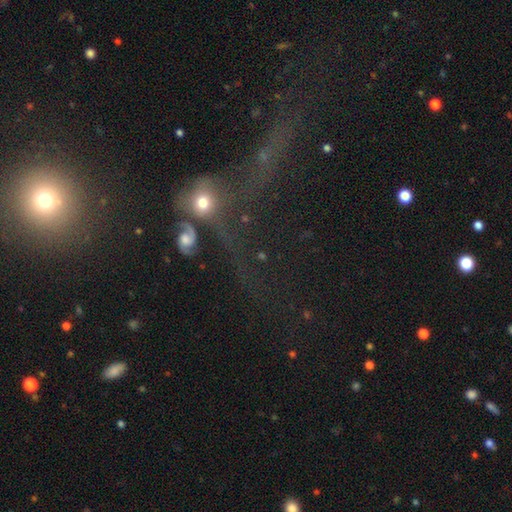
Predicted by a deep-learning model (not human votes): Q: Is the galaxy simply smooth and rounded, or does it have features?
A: star or artifact — 42%.